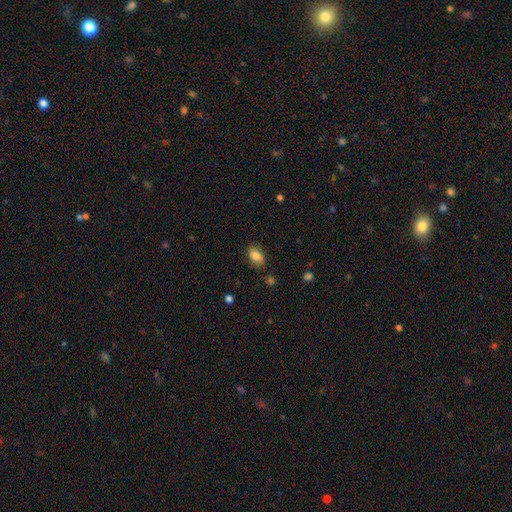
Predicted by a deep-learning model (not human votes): Smooth or featured? smooth (83%)
How rounded? in between (86%)
Merging? none (78%)